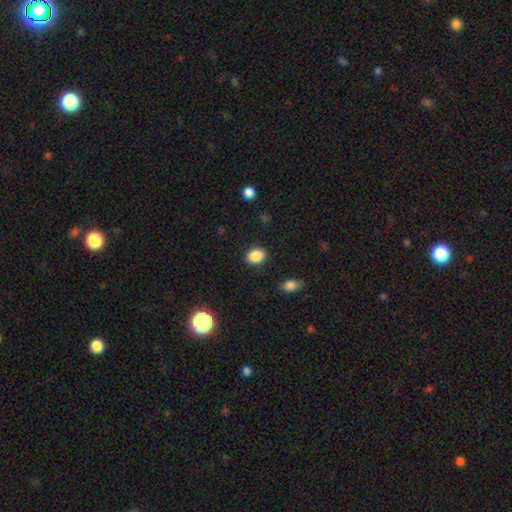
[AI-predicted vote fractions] Smooth or featured? smooth (87%)
How rounded? in between (60%)
Merging? none (86%)